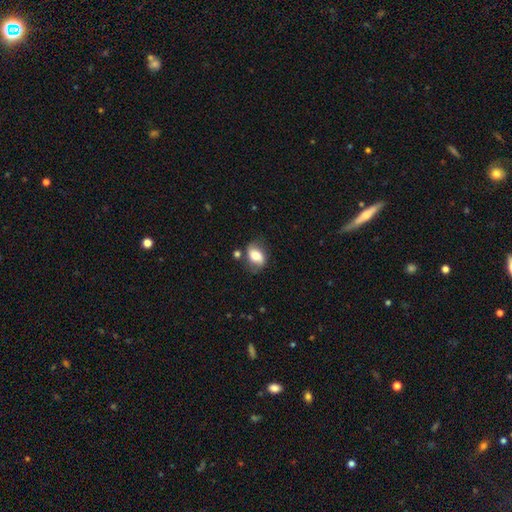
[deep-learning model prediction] Smooth or featured: smooth — 60% (featured or disk — 32%)
How rounded: in between — 77% (round — 21%)
Merging: none — 64% (minor disturbance — 22%)